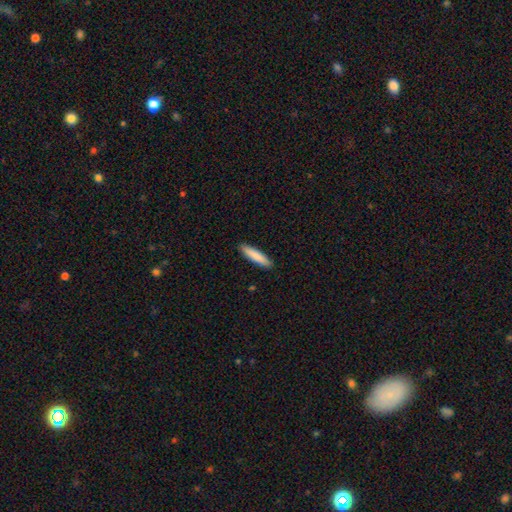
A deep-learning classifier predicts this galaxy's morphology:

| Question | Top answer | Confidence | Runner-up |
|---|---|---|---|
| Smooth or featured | smooth | 87% | featured or disk (8%) |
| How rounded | cigar-shaped | 81% | in between (17%) |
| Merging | none | 91% | minor disturbance (7%) |